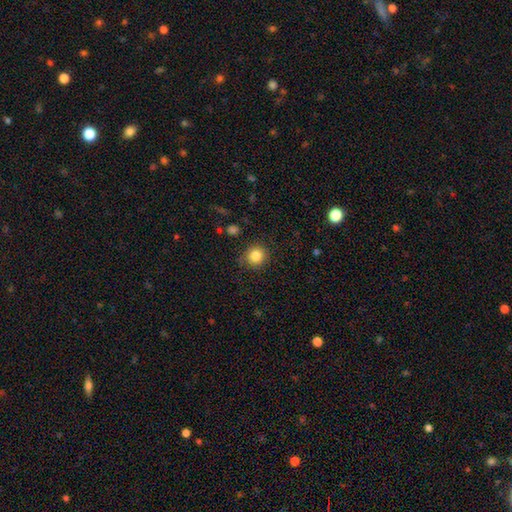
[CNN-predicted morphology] A smooth galaxy with no disk features (84%) that is round (92%).

Vote fractions:
- Smooth or featured? smooth: 84% / star or artifact: 10% / featured or disk: 5%
- How rounded? round: 92% / in between: 7% / cigar-shaped: 1%
- Merging? none: 87% / minor disturbance: 9% / major disturbance: 3% / merger: 1%